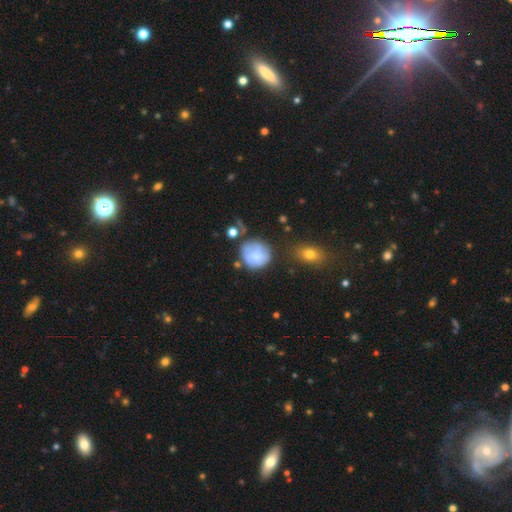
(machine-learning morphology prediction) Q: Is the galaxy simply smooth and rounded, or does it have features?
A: smooth — 63%.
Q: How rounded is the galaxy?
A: round — 85%.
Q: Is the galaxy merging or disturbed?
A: none — 55%.